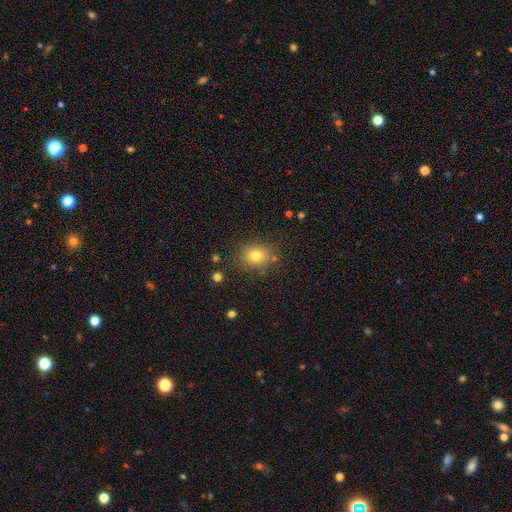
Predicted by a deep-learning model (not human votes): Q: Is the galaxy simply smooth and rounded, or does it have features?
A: smooth — 78%.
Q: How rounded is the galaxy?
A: round — 52%.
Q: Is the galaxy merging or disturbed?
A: none — 82%.